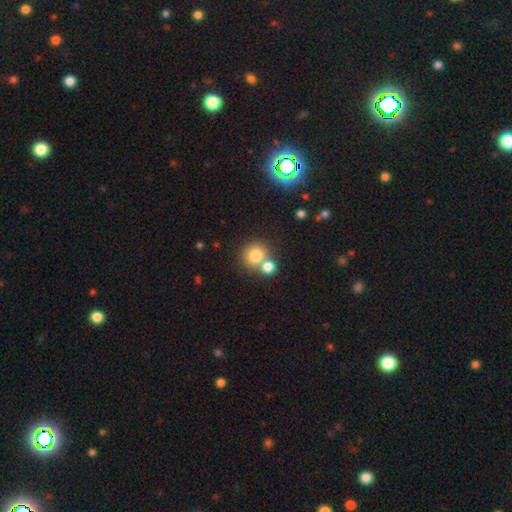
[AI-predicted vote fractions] Smooth or featured: smooth — 79% (star or artifact — 12%)
How rounded: round — 83% (in between — 16%)
Merging: none — 52% (merger — 37%)